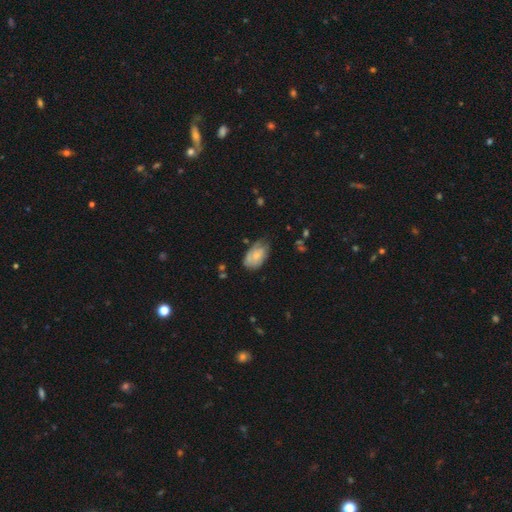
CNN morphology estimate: smooth_or_featured: smooth (p=0.63) [alt: featured or disk p=0.29]
how_rounded: in between (p=0.91) [alt: round p=0.08]
merging: none (p=0.51) [alt: minor disturbance p=0.36]